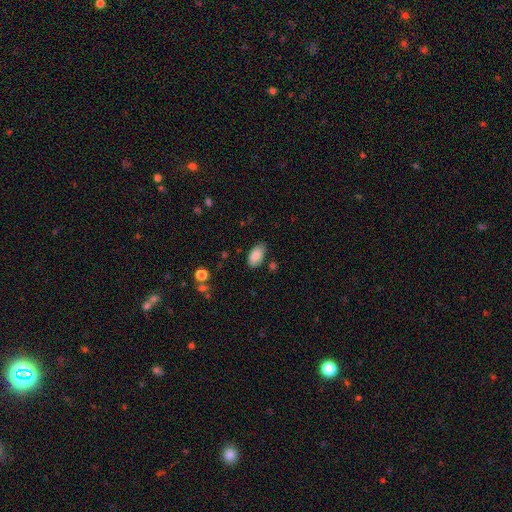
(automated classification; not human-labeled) smooth_or_featured: smooth (p=0.87) [alt: star or artifact p=0.07]
how_rounded: in between (p=0.94) [alt: round p=0.04]
merging: none (p=0.77) [alt: minor disturbance p=0.17]